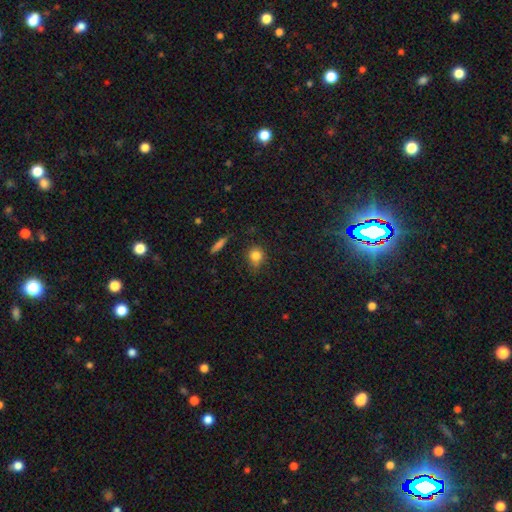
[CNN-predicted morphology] smooth-or-featured: smooth: 82% | star or artifact: 11% | featured or disk: 7%
  how-rounded: round: 78% | in between: 20% | cigar-shaped: 2%
  merging: none: 70% | minor disturbance: 22% | major disturbance: 5% | merger: 2%